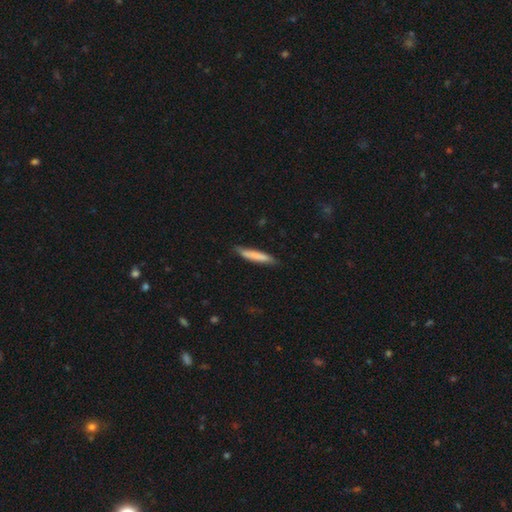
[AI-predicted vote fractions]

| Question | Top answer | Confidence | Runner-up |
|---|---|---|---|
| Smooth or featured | smooth | 76% | featured or disk (18%) |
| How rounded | cigar-shaped | 91% | in between (7%) |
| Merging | none | 80% | minor disturbance (17%) |